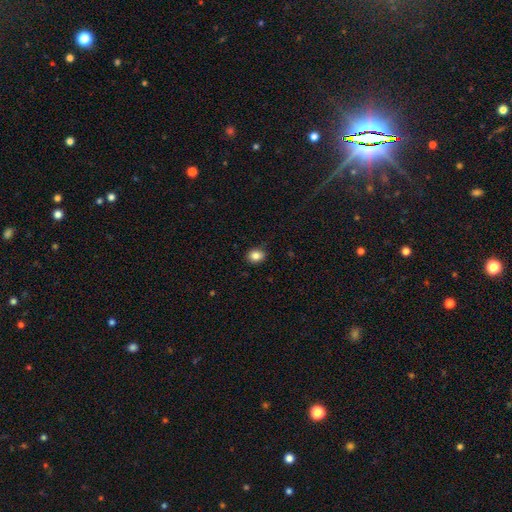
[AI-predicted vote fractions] Smooth or featured? smooth (85%)
How rounded? round (58%)
Merging? none (85%)